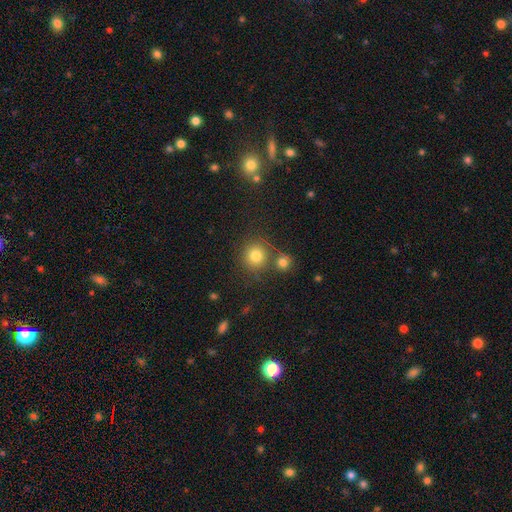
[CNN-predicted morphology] Smooth or featured? Predicted: smooth (p=0.79). How rounded? Predicted: round (p=0.90). Merging? Predicted: none (p=0.71).